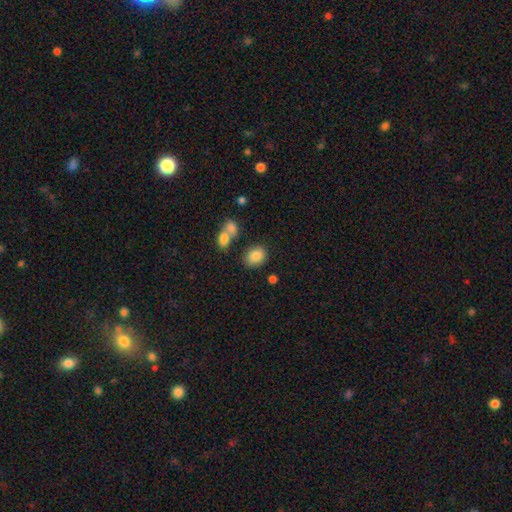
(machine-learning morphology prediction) This appears to be a smooth galaxy with no disk features (85%) that is in between round and cigar-shaped (63%). Merging: none (73%).